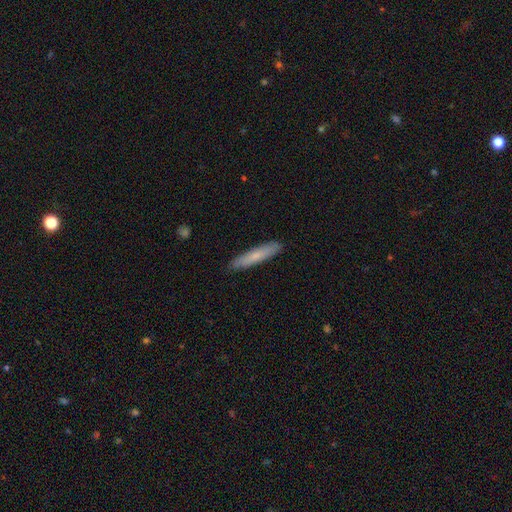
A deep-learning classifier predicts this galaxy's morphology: smooth_or_featured: smooth (p=0.70) [alt: featured or disk p=0.24]
how_rounded: cigar-shaped (p=0.91) [alt: in between p=0.08]
merging: none (p=0.89) [alt: minor disturbance p=0.08]